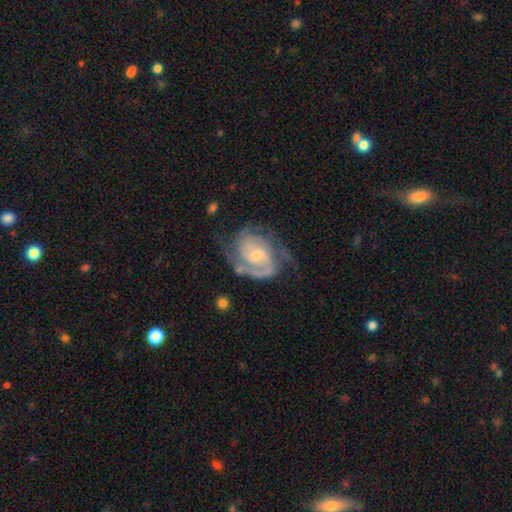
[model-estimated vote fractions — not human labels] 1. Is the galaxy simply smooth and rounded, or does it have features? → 90% featured or disk, 5% smooth, 5% star or artifact.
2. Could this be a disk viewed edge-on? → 98% no, 2% yes.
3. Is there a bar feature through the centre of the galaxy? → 53% no, 38% weak, 9% strong.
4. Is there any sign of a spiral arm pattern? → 98% yes, 2% no.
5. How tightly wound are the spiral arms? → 55% tight, 38% medium, 7% loose.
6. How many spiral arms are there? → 61% 2, 16% 3, 11% can't tell, 6% 1, 3% 4, 3% more than 4.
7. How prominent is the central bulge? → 56% small, 38% moderate, 3% none, 2% large, 1% dominant.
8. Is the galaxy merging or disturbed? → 66% none, 20% minor disturbance, 12% major disturbance, 2% merger.